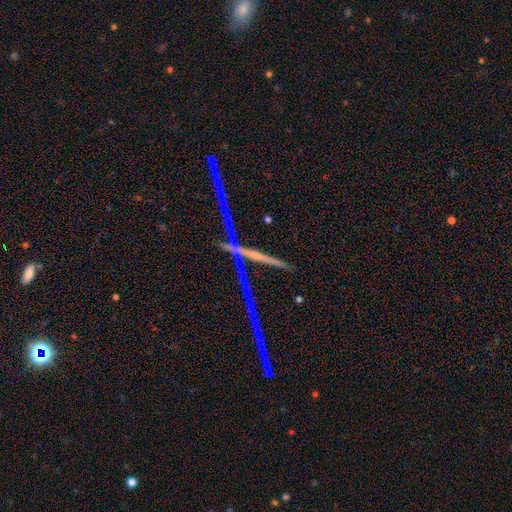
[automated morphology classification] A star or artifact, not a galaxy (44%).

Vote fractions:
- Smooth or featured? star or artifact: 44% / featured or disk: 43% / smooth: 13%